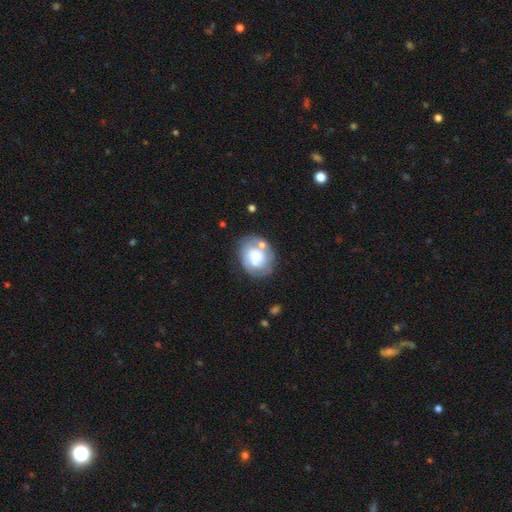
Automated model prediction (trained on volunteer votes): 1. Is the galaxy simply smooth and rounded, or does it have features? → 49% featured or disk, 43% smooth, 7% star or artifact.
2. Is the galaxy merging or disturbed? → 55% none, 21% minor disturbance, 15% merger, 10% major disturbance.